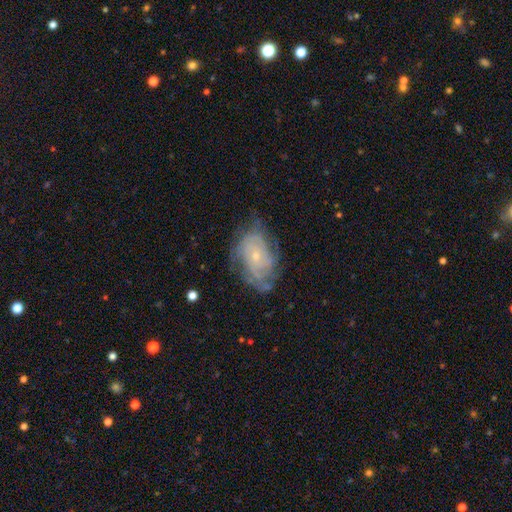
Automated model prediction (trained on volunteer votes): smooth-or-featured: featured or disk: 72% | smooth: 19% | star or artifact: 9%
  disk-edge-on: no: 96% | yes: 4%
    bar: no: 79% | weak: 18% | strong: 3%
    has-spiral-arms: yes: 87% | no: 13%
      spiral-winding: tight: 59% | medium: 30% | loose: 11%
      spiral-arm-count: can't tell: 50% | 4: 14% | 2: 13% | 3: 12% | more than 4: 7% | 1: 5%
    bulge-size: small: 78% | moderate: 17% | none: 3% | large: 1% | dominant: 1%
  merging: none: 65% | minor disturbance: 23% | major disturbance: 11% | merger: 2%